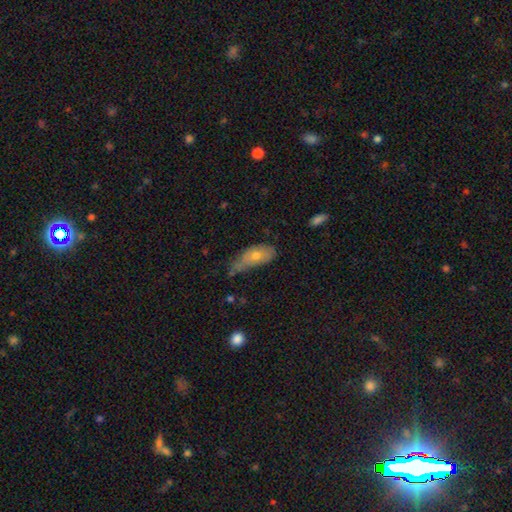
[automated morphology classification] A smooth galaxy with no disk features (65%) that is in between round and cigar-shaped (76%).

Vote fractions:
- Smooth or featured? smooth: 65% / featured or disk: 27% / star or artifact: 8%
- How rounded? in between: 76% / cigar-shaped: 19% / round: 5%
- Merging? minor disturbance: 43% / none: 31% / major disturbance: 21% / merger: 6%